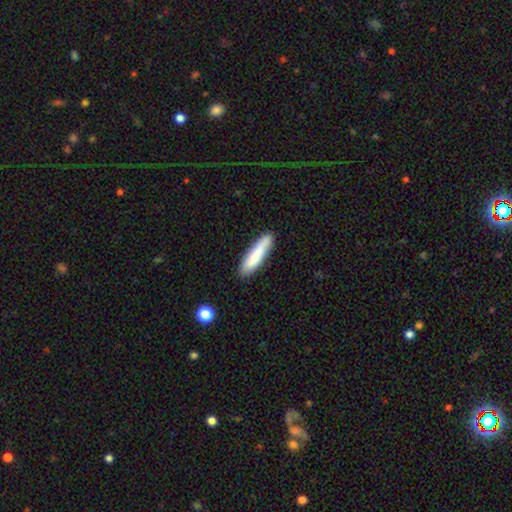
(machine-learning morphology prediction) Smooth or featured: smooth — 78% (featured or disk — 17%)
How rounded: cigar-shaped — 80% (in between — 19%)
Merging: none — 86% (minor disturbance — 11%)